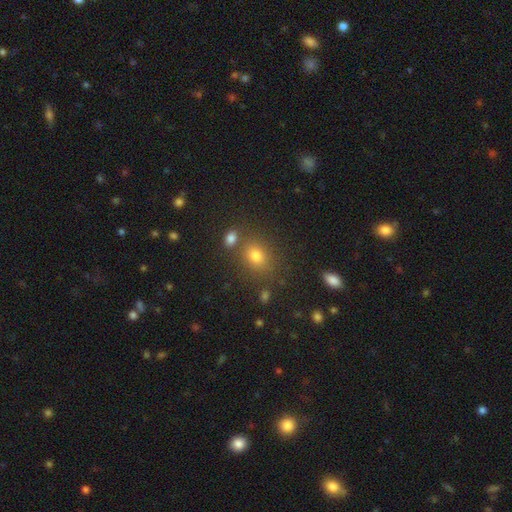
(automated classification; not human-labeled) A smooth galaxy with no disk features (76%) that is round (51%).

Vote fractions:
- Smooth or featured? smooth: 76% / star or artifact: 16% / featured or disk: 8%
- How rounded? round: 51% / in between: 48% / cigar-shaped: 1%
- Merging? none: 70% / merger: 14% / minor disturbance: 12% / major disturbance: 4%